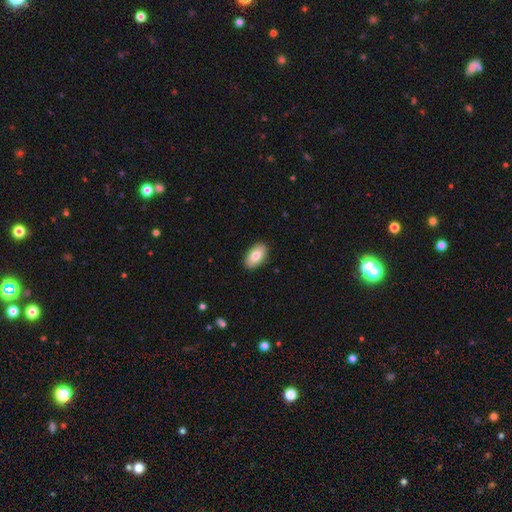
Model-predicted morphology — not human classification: This appears to be a smooth galaxy with no disk features (80%) that is in between round and cigar-shaped (94%). Merging: none (90%).